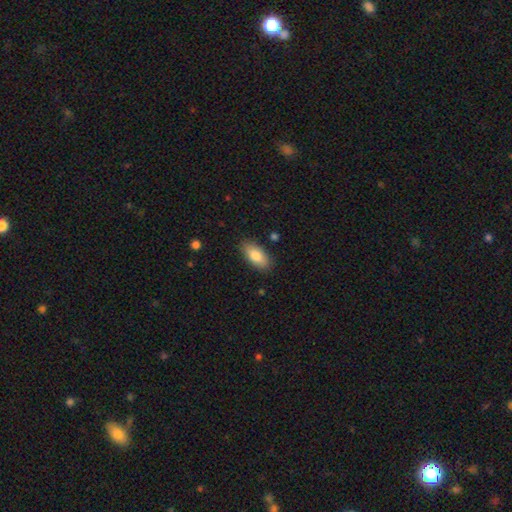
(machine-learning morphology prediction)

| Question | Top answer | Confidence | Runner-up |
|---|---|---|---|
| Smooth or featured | smooth | 82% | featured or disk (11%) |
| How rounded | in between | 88% | cigar-shaped (10%) |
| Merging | none | 86% | minor disturbance (10%) |